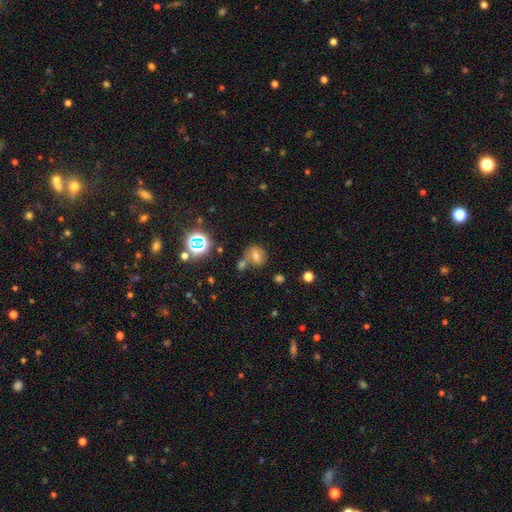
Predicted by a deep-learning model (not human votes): Smooth or featured? smooth (61%)
How rounded? round (56%)
Merging? none (52%)